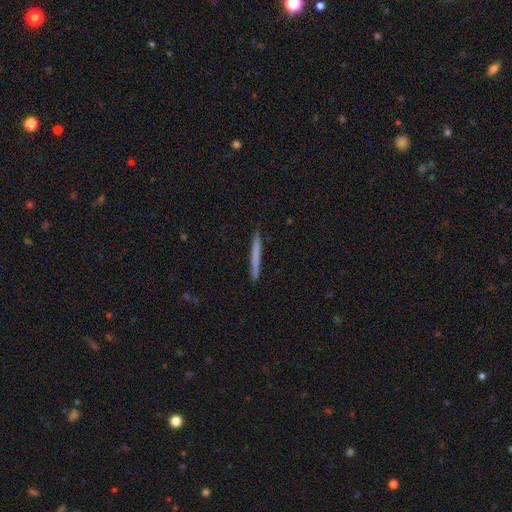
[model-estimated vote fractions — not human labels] smooth-or-featured: smooth: 65% | featured or disk: 29% | star or artifact: 6%
  how-rounded: cigar-shaped: 97% | in between: 2% | round: 1%
  merging: none: 92% | minor disturbance: 6% | major disturbance: 1% | merger: 1%